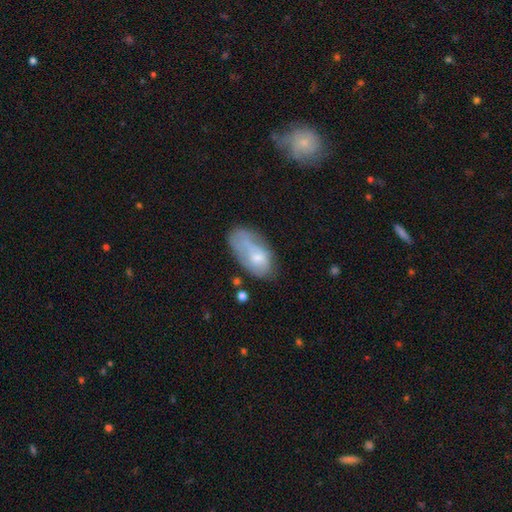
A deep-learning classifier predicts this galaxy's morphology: smooth_or_featured: smooth (p=0.59) [alt: featured or disk p=0.33]
how_rounded: in between (p=0.93) [alt: cigar-shaped p=0.04]
merging: none (p=0.40) [alt: minor disturbance p=0.32]